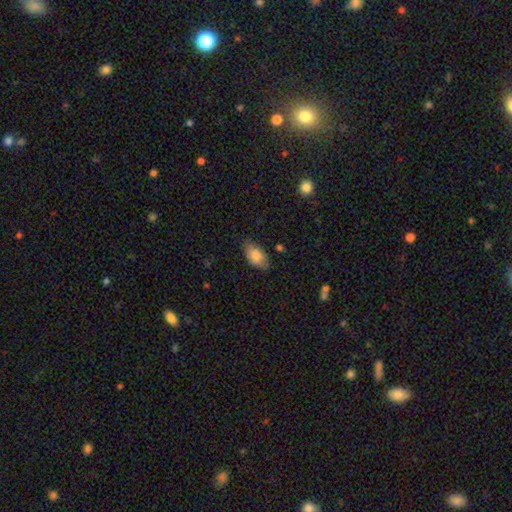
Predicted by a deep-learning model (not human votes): smooth 85%, featured or disk 8%, star or artifact 7%. Down the decision tree: how rounded — in between (93%); merging — none (72%).